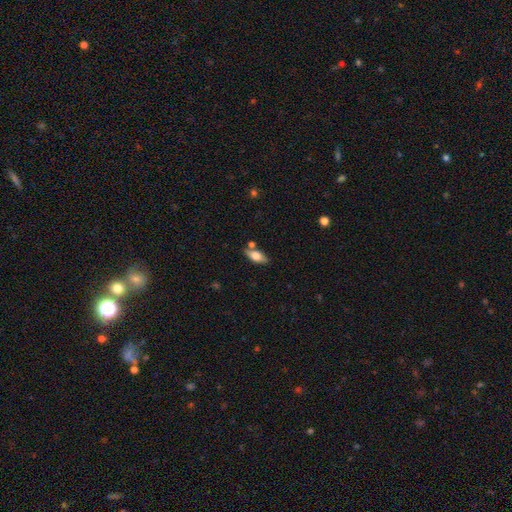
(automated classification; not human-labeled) This is likely a smooth galaxy (66%). How rounded: clearly in between (80%). Merging: likely none (73%).